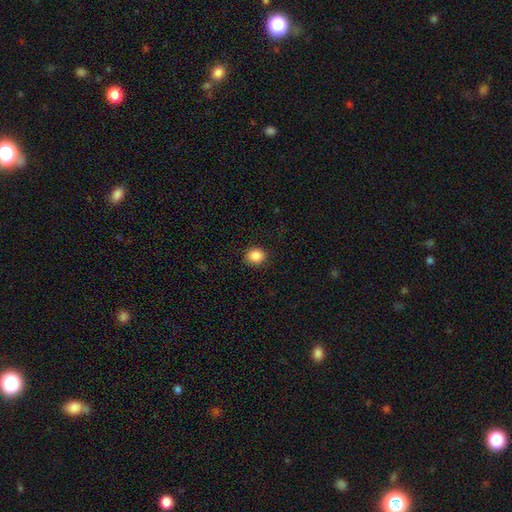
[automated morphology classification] smooth_or_featured: smooth (p=0.88) [alt: star or artifact p=0.09]
how_rounded: round (p=0.80) [alt: in between p=0.19]
merging: none (p=0.88) [alt: minor disturbance p=0.08]